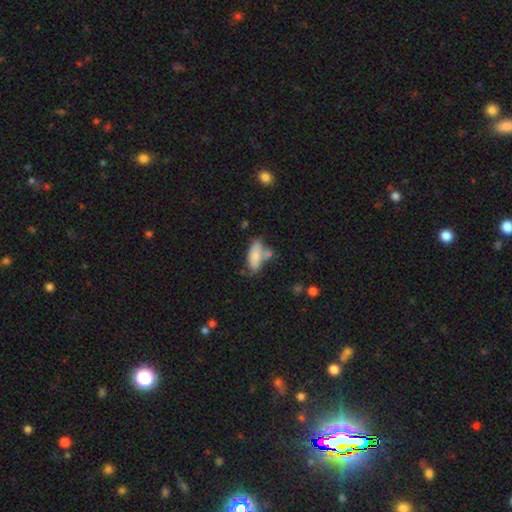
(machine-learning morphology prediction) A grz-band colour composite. It shows a smooth galaxy with no disk features (76%) that is in between round and cigar-shaped (79%). Merging: none (44%).